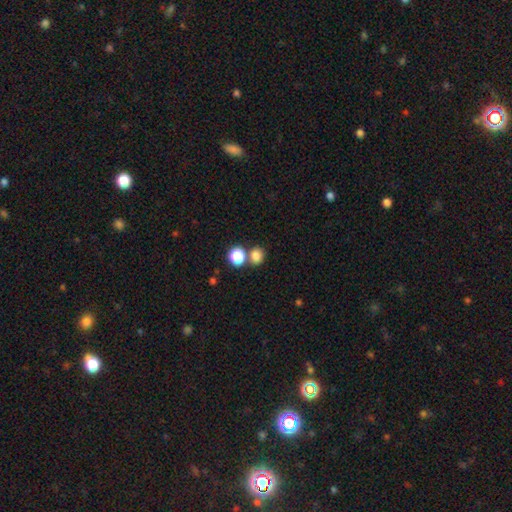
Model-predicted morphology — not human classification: This appears to be a smooth galaxy with no disk features (80%) that is round (76%). Merging: none (63%).